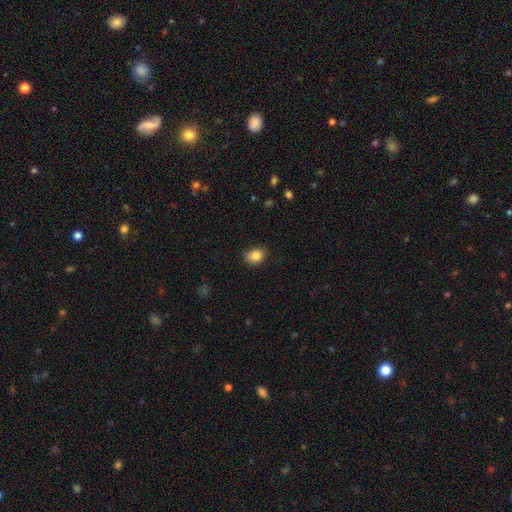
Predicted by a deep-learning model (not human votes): Smooth or featured?
  - smooth: 85% *
  - star or artifact: 9%
  - featured or disk: 6%
How rounded?
  - in between: 60% *
  - round: 39%
  - cigar-shaped: 1%
Merging?
  - none: 84% *
  - minor disturbance: 13%
  - major disturbance: 2%
  - merger: 1%